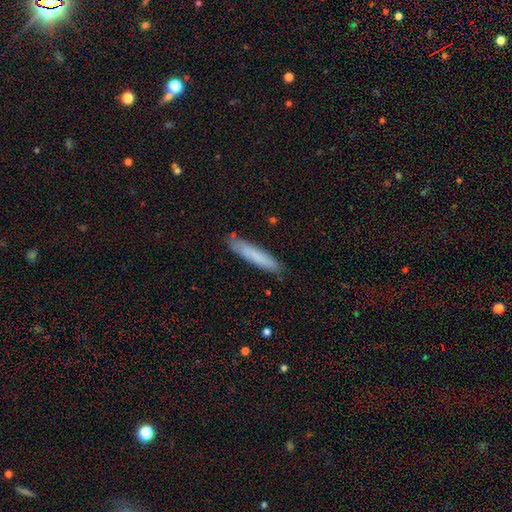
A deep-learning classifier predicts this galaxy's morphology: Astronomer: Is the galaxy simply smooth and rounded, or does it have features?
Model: smooth — 78%.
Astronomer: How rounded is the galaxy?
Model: cigar-shaped — 90%.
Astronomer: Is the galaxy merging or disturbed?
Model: none — 85%.